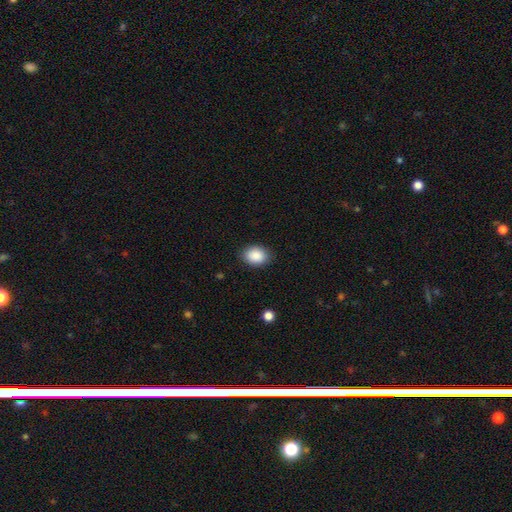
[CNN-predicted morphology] The model was most divided on "how rounded": in between: 72%, round: 27%, cigar-shaped: 1%. More confident: smooth or featured — smooth (89%); merging — none (87%).